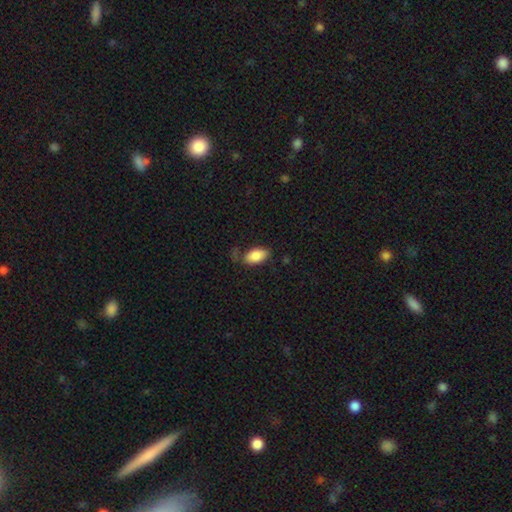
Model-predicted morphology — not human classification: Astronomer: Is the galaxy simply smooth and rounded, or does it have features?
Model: smooth — 85%.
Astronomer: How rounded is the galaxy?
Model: in between — 94%.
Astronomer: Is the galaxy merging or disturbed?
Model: none — 68%.